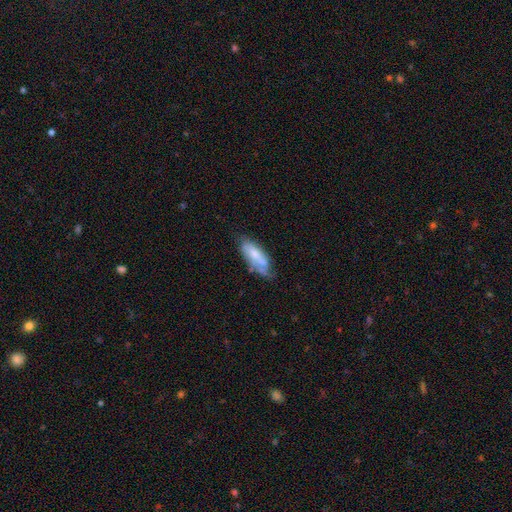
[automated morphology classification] The model was most divided on "merging": none: 46%, minor disturbance: 34%, major disturbance: 12%, merger: 7%. More confident: how rounded — in between (71%); smooth or featured — smooth (57%).